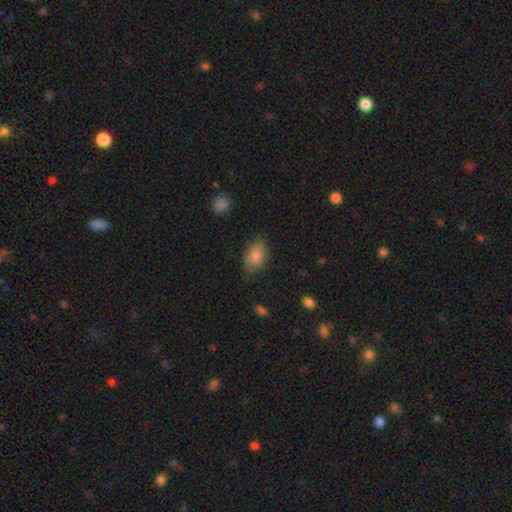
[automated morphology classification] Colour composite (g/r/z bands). It shows a smooth galaxy with no disk features (78%) that is in between round and cigar-shaped (87%). Merging: none (77%).